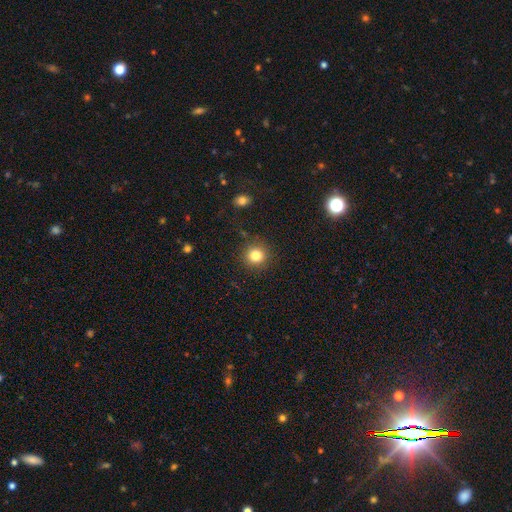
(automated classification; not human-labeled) This appears to be a smooth galaxy with no disk features (82%) that is round (93%). Merging: none (89%).